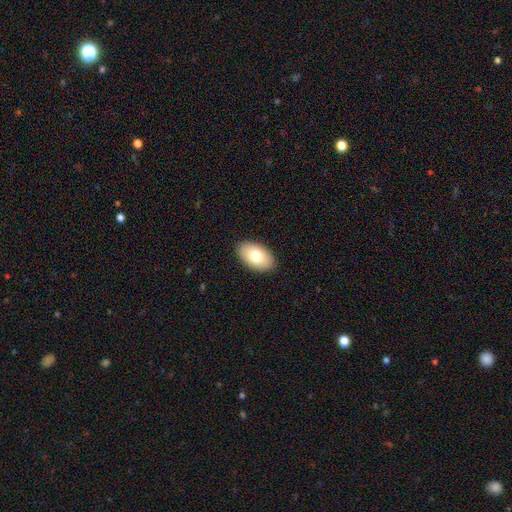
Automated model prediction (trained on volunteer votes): Overall: smooth (77%). How rounded: in between (94%). Merging: none (89%).